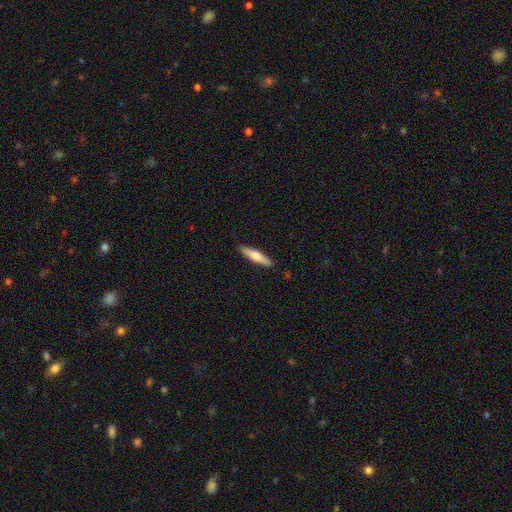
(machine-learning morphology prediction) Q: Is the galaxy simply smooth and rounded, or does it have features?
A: smooth — 63%.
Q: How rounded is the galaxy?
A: cigar-shaped — 79%.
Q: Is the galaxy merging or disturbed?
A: none — 89%.